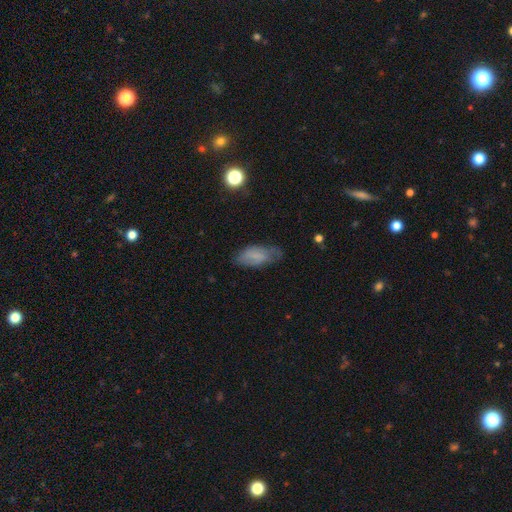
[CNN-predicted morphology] smooth_or_featured: smooth (p=0.70) [alt: featured or disk p=0.21]
how_rounded: in between (p=0.87) [alt: cigar-shaped p=0.10]
merging: none (p=0.55) [alt: minor disturbance p=0.31]